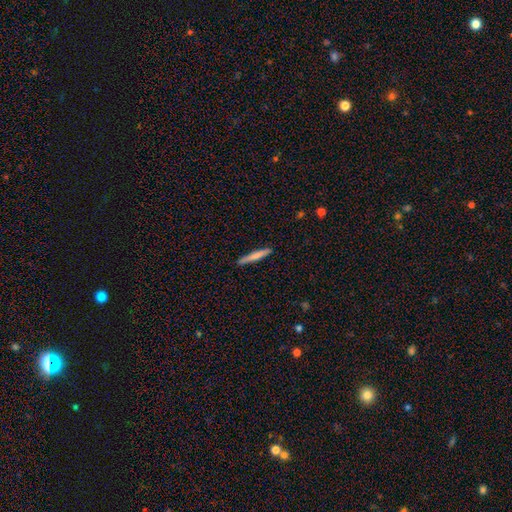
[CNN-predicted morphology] A smooth galaxy with no disk features (69%) that is cigar-shaped (95%).

Vote fractions:
- Smooth or featured? smooth: 69% / featured or disk: 25% / star or artifact: 6%
- How rounded? cigar-shaped: 95% / in between: 4% / round: 1%
- Merging? none: 88% / minor disturbance: 9% / major disturbance: 2% / merger: 1%